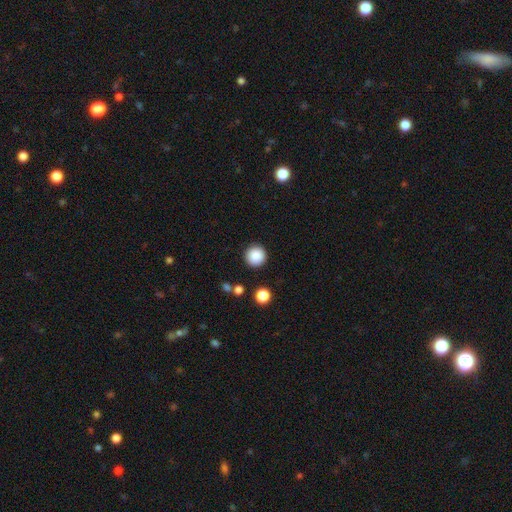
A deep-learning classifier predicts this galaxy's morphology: A smooth galaxy with no disk features (87%) that is round (96%). Merging: none (91%).